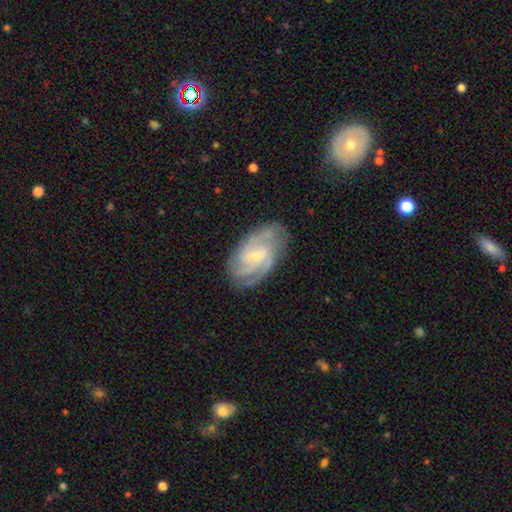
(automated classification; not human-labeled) Q: Smooth or featured?
A: featured or disk (88%); runner-up: smooth (7%)
Q: Edge-on disk?
A: no (97%); runner-up: yes (3%)
Q: Bar?
A: weak (51%); runner-up: no (31%)
Q: Spiral arms?
A: yes (97%); runner-up: no (3%)
Q: Spiral winding?
A: tight (54%); runner-up: medium (39%)
Q: Spiral arm count?
A: 3 (38%); runner-up: 4 (19%)
Q: Bulge size?
A: small (69%); runner-up: moderate (25%)
Q: Merging?
A: none (79%); runner-up: minor disturbance (15%)